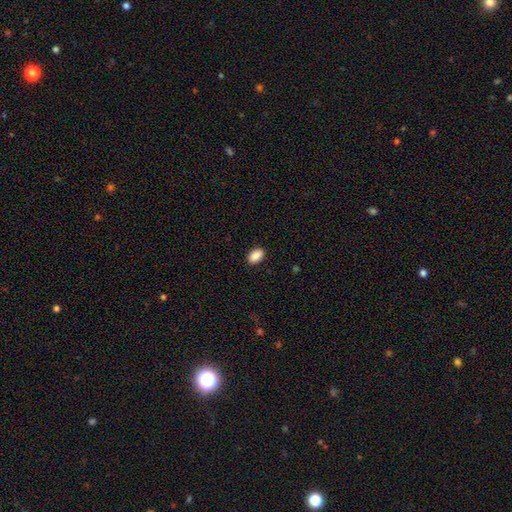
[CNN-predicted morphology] A smooth galaxy with no disk features (90%) that is in between round and cigar-shaped (91%). Merging: none (89%).